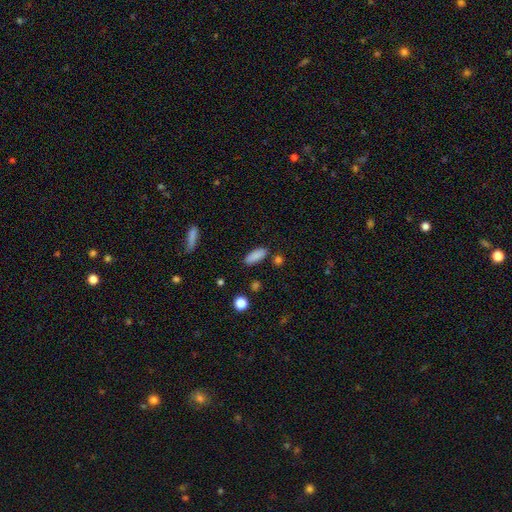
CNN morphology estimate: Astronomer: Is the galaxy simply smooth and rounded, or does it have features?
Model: smooth — 87%.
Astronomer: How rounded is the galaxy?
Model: in between — 71%.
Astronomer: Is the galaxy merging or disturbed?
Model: none — 83%.